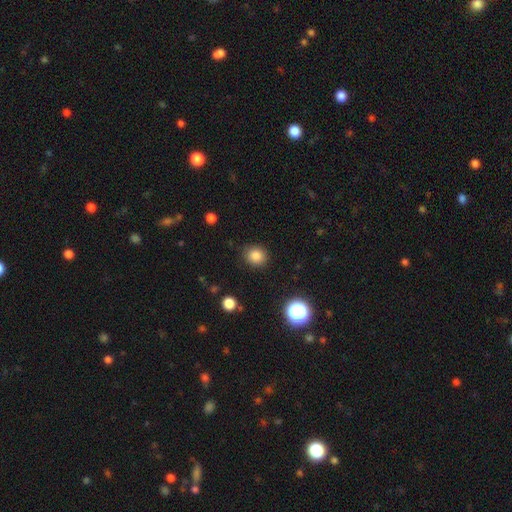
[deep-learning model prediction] smooth 84%, star or artifact 11%, featured or disk 5%. Down the decision tree: how rounded — round (76%); merging — none (87%).